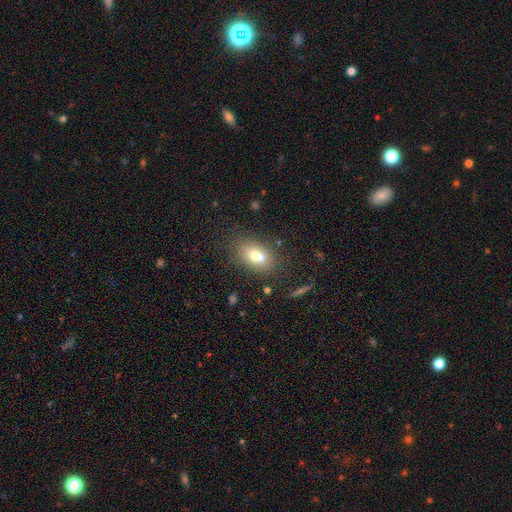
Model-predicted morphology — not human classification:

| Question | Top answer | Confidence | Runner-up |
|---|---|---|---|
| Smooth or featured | smooth | 69% | featured or disk (20%) |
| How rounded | in between | 75% | round (23%) |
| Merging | none | 51% | merger (33%) |